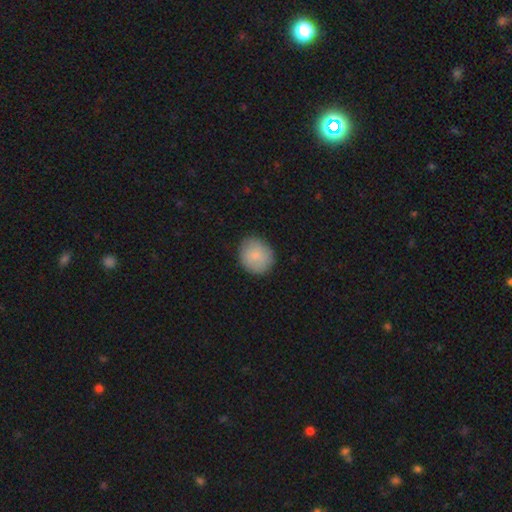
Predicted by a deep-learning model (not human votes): Overall: smooth (82%). How rounded: round (81%). Merging: none (86%).